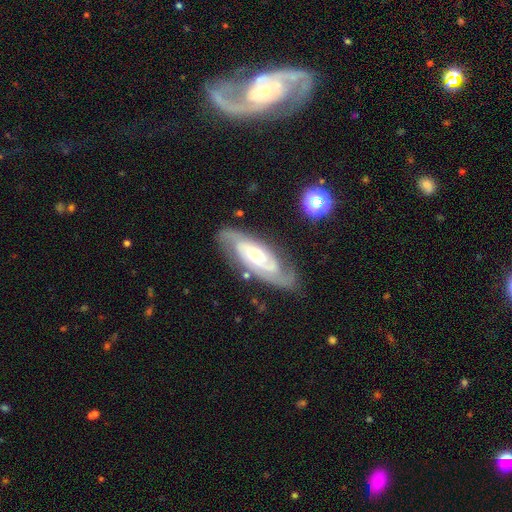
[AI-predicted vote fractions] A featured or disk galaxy (86%) with no bar (49%), 2 (78%) tight (57%) spiral arms (97%) and a moderate central bulge (55%).

Vote fractions:
- Smooth or featured? featured or disk: 86% / smooth: 9% / star or artifact: 5%
- Edge-on disk? no: 92% / yes: 8%
- Bar? no: 49% / weak: 36% / strong: 14%
- Spiral arms? yes: 97% / no: 3%
- Spiral winding? tight: 57% / medium: 36% / loose: 7%
- Spiral arm count? 2: 78% / can't tell: 10% / 3: 6% / 1: 2% / 4: 2% / more than 4: 1%
- Bulge size? moderate: 55% / small: 32% / large: 10% / none: 2% / dominant: 1%
- Merging? none: 77% / minor disturbance: 16% / major disturbance: 5% / merger: 2%